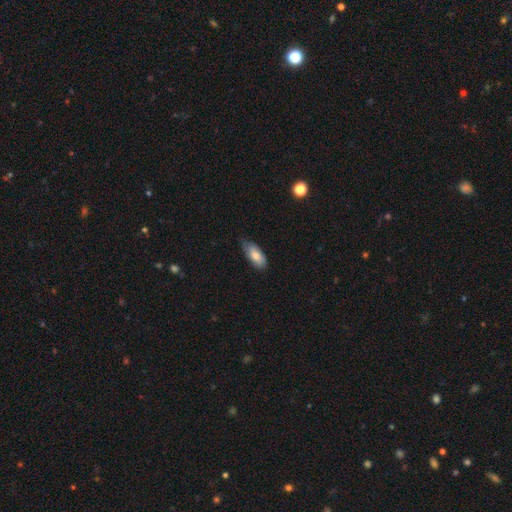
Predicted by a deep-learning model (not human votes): Overall: smooth (78%). How rounded: in between (87%). Merging: none (66%; minor disturbance 29%).